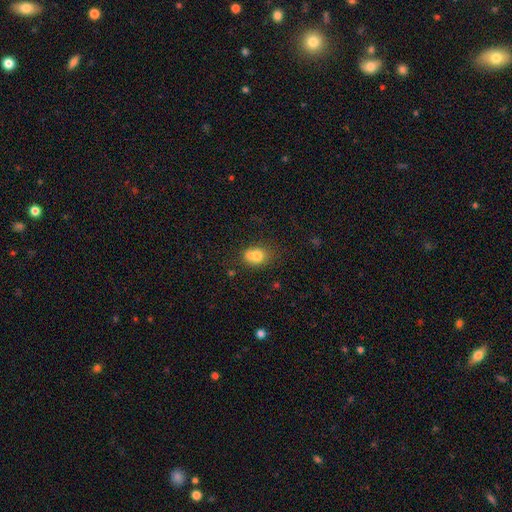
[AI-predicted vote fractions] The model was most divided on "how rounded": in between: 58%, round: 41%, cigar-shaped: 1%. Remaining: smooth or featured — smooth (76%); merging — none (46%).